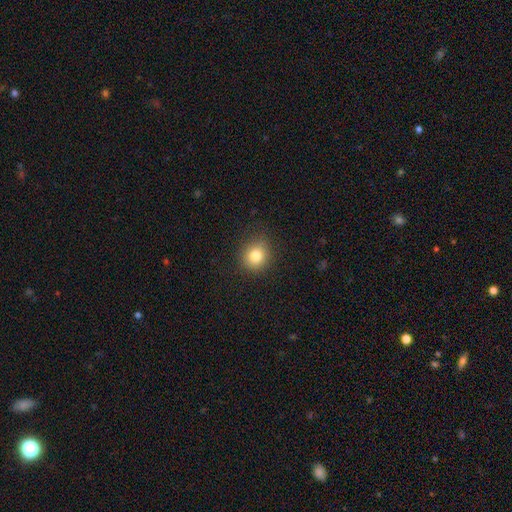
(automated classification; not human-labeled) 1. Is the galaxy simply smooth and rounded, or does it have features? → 81% smooth, 11% star or artifact, 8% featured or disk.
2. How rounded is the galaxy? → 78% round, 21% in between, 1% cigar-shaped.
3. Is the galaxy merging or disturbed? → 86% none, 10% minor disturbance, 3% major disturbance, 1% merger.